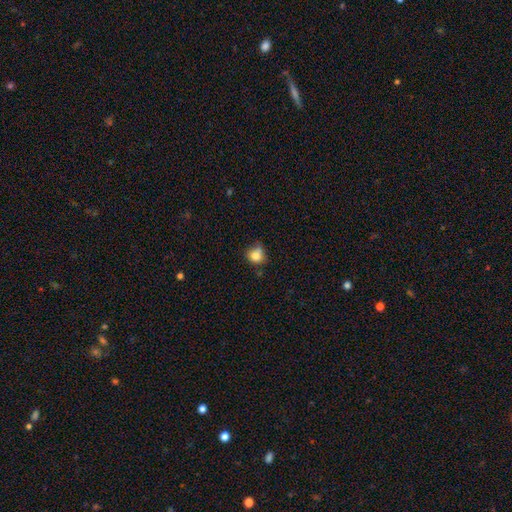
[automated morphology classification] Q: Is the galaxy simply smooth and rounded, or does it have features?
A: smooth — 80%.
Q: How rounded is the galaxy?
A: round — 79%.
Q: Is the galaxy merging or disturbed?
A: none — 56%.